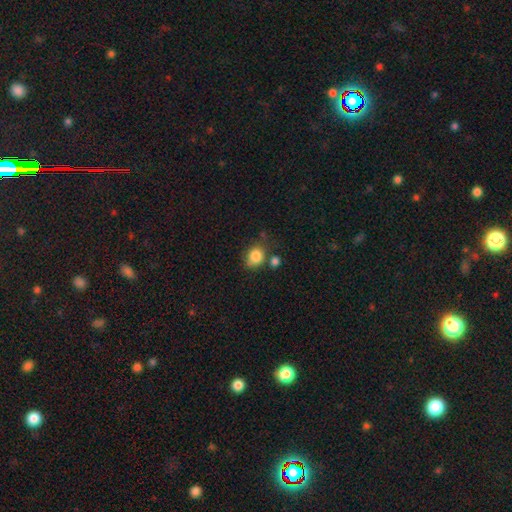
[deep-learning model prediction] Smooth or featured? Predicted: smooth (p=0.84). How rounded? Predicted: round (p=0.52). Merging? Predicted: none (p=0.57).